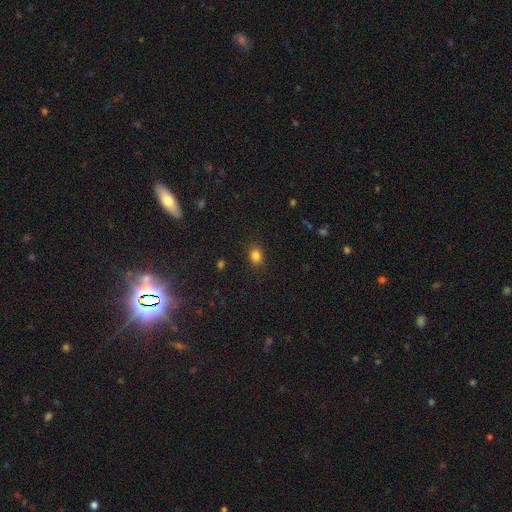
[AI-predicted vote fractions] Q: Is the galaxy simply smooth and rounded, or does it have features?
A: smooth — 83%.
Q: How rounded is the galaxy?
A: round — 55%.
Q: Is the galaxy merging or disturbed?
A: none — 88%.